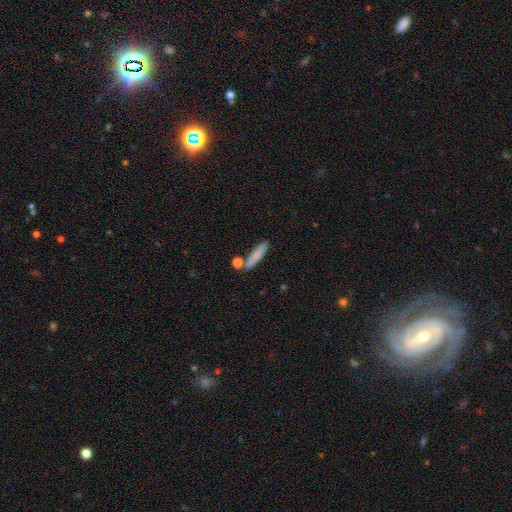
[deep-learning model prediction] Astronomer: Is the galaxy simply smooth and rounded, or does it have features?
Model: smooth — 78%.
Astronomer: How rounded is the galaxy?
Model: cigar-shaped — 80%.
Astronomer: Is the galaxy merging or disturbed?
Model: none — 75%.